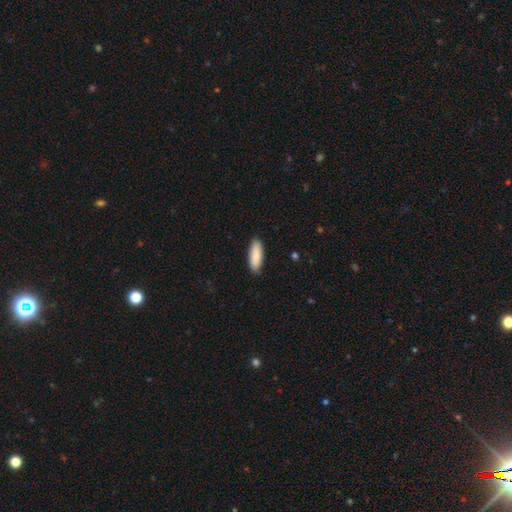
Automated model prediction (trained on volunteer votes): Smooth or featured? smooth (89%)
How rounded? in between (61%)
Merging? none (89%)